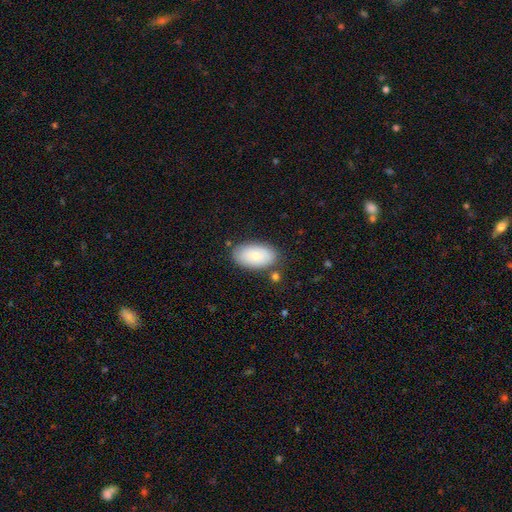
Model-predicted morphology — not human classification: The model was most divided on "smooth or featured": smooth: 77%, featured or disk: 16%, star or artifact: 6%. More confident: how rounded — in between (95%); merging — none (80%).